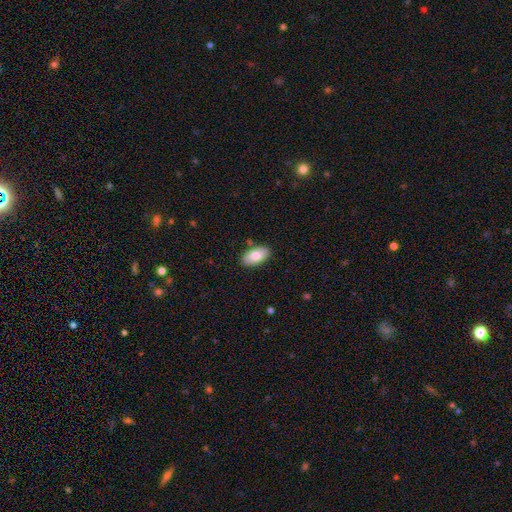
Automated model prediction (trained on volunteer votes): A smooth galaxy with no disk features (79%) that is in between round and cigar-shaped (95%). Merging: none (86%).